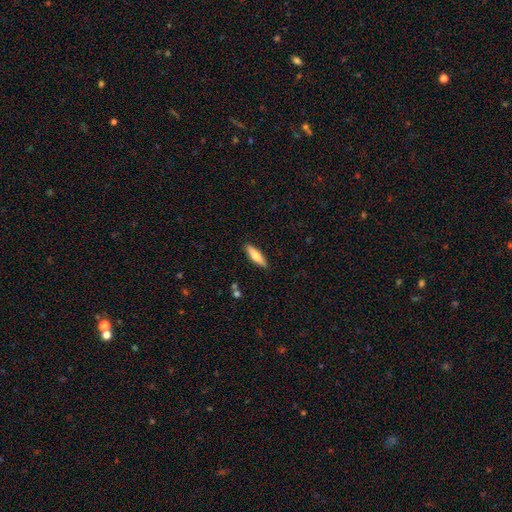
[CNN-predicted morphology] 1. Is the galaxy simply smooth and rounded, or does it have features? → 68% smooth, 26% featured or disk, 6% star or artifact.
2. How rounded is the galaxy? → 66% cigar-shaped, 33% in between, 2% round.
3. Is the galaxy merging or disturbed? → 89% none, 8% minor disturbance, 2% major disturbance, 1% merger.